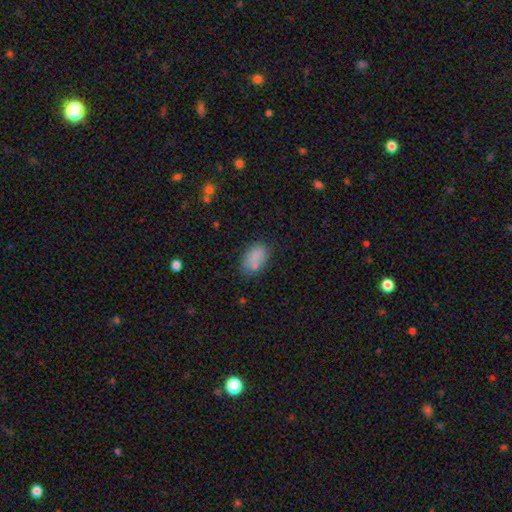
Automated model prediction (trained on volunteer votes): Smooth or featured? Predicted: smooth (p=0.82). How rounded? Predicted: in between (p=0.89). Merging? Predicted: none (p=0.68).